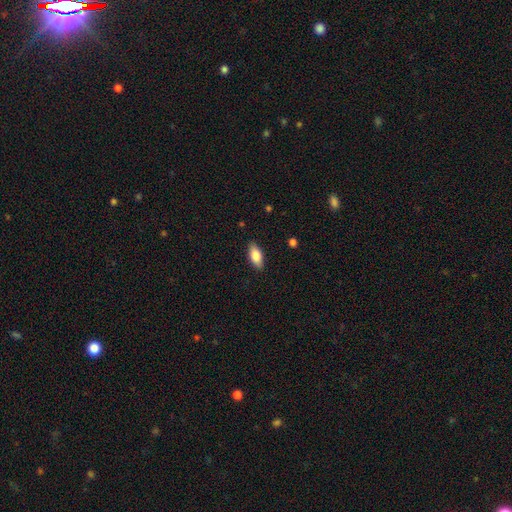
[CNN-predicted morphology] Smooth or featured?
  - smooth: 81% *
  - featured or disk: 12%
  - star or artifact: 6%
How rounded?
  - in between: 85% *
  - cigar-shaped: 13%
  - round: 3%
Merging?
  - none: 87% *
  - minor disturbance: 10%
  - major disturbance: 2%
  - merger: 1%